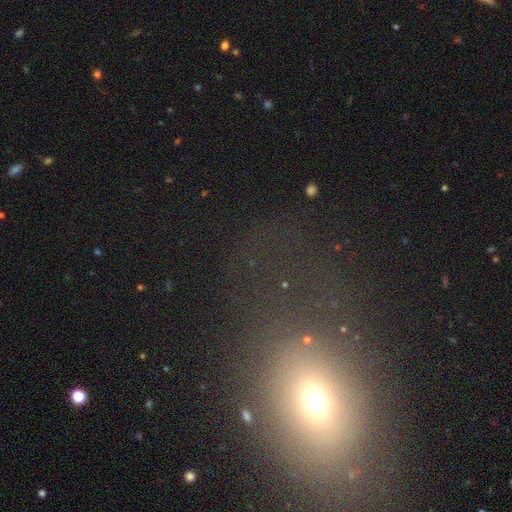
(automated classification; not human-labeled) This appears to be a smooth galaxy with no disk features (49%). Merging: none (62%).